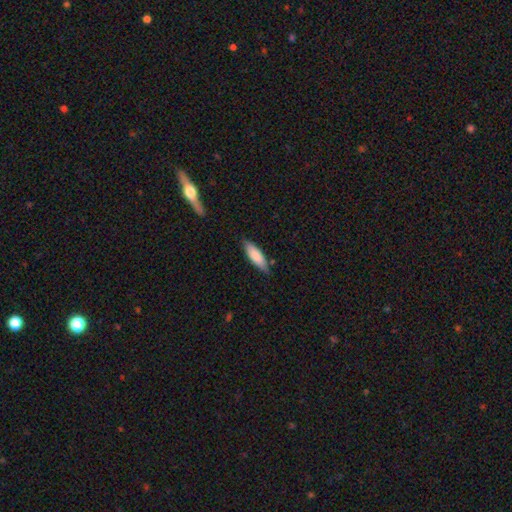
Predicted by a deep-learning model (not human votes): A smooth galaxy with no disk features (82%) that is in between round and cigar-shaped (51%).

Vote fractions:
- Smooth or featured? smooth: 82% / featured or disk: 13% / star or artifact: 5%
- How rounded? in between: 51% / cigar-shaped: 48% / round: 1%
- Merging? none: 79% / minor disturbance: 16% / major disturbance: 3% / merger: 2%